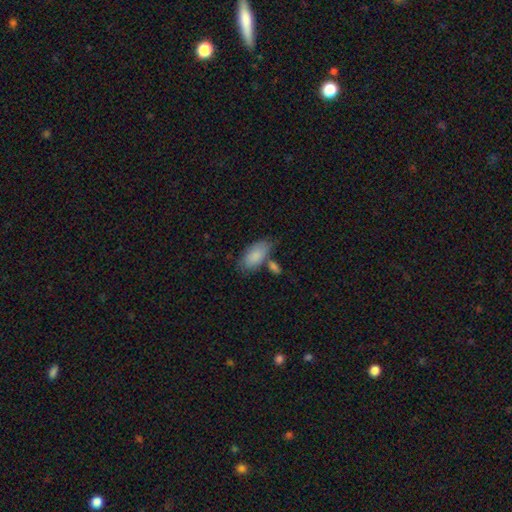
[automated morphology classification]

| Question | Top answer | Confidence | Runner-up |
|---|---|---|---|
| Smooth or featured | smooth | 86% | featured or disk (9%) |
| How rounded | in between | 92% | cigar-shaped (5%) |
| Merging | none | 58% | minor disturbance (18%) |